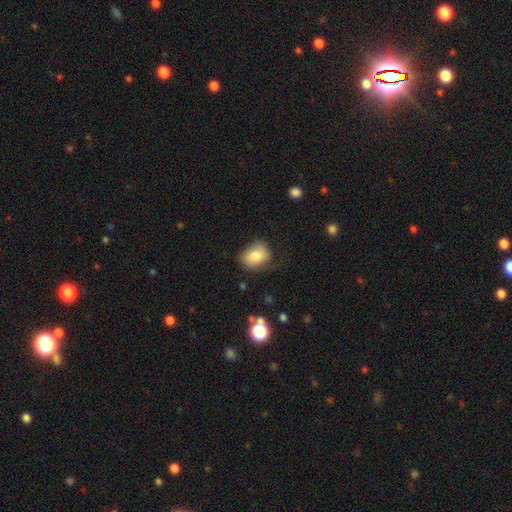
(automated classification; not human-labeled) Smooth or featured?
  - smooth: 80% *
  - featured or disk: 12%
  - star or artifact: 8%
How rounded?
  - in between: 63% *
  - round: 36%
  - cigar-shaped: 1%
Merging?
  - none: 62% *
  - minor disturbance: 27%
  - major disturbance: 9%
  - merger: 2%